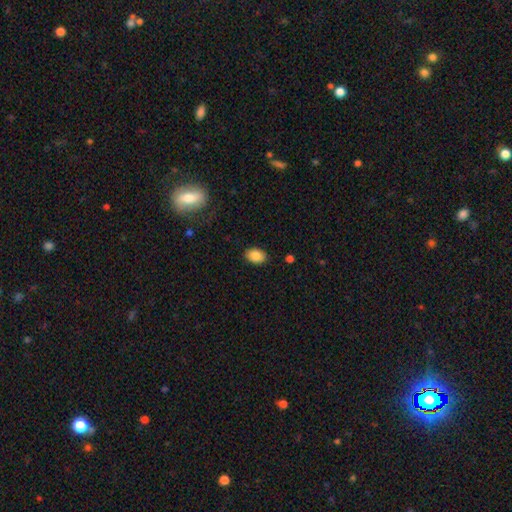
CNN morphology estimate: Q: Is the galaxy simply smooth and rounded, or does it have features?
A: smooth — 87%.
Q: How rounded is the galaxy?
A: in between — 83%.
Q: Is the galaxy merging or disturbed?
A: none — 87%.